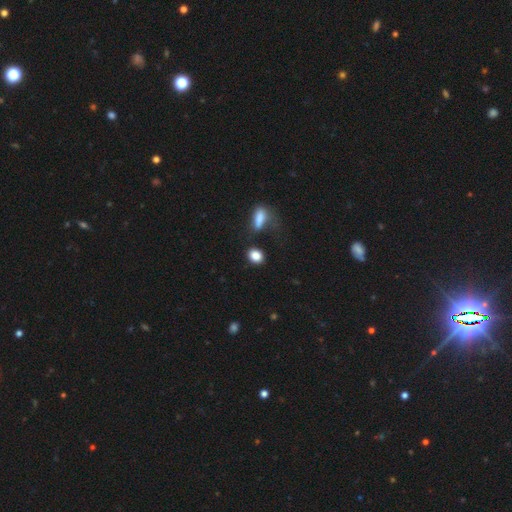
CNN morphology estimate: This appears to be a smooth galaxy with no disk features (86%) that is round (50%). Merging: none (76%).